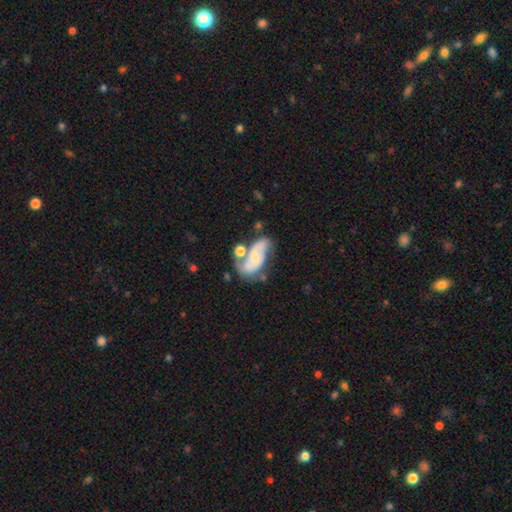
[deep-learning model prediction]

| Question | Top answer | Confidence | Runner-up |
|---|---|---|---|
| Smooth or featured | featured or disk | 69% | smooth (24%) |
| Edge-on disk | no | 96% | yes (4%) |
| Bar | no | 57% | weak (32%) |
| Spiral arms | yes | 86% | no (14%) |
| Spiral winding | medium | 46% | loose (33%) |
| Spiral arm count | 2 | 81% | can't tell (10%) |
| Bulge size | small | 52% | moderate (32%) |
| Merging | none | 39% | merger (25%) |